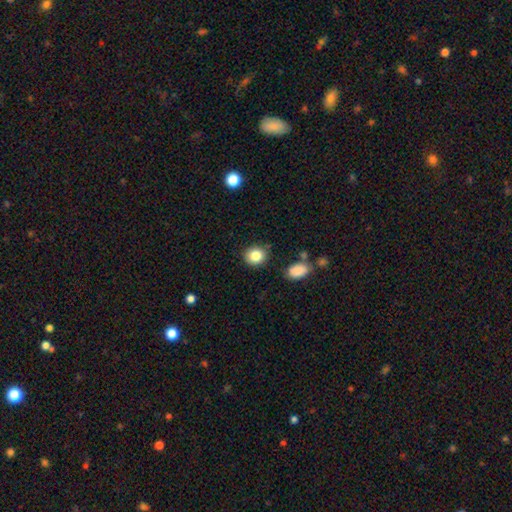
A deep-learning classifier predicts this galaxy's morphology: Q: Smooth or featured?
A: smooth (84%); runner-up: star or artifact (9%)
Q: How rounded?
A: round (72%); runner-up: in between (27%)
Q: Merging?
A: none (83%); runner-up: minor disturbance (11%)